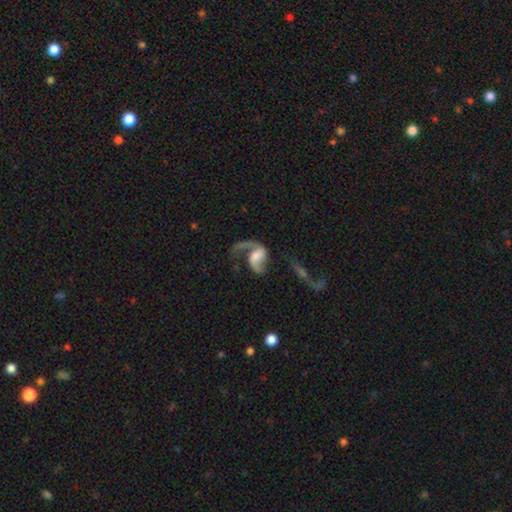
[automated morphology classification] Smooth or featured?
  - featured or disk: 80% *
  - smooth: 13%
  - star or artifact: 6%
Edge-on disk?
  - no: 98% *
  - yes: 2%
Bar?
  - no: 46% *
  - weak: 39%
  - strong: 16%
Spiral arms?
  - yes: 93% *
  - no: 7%
Spiral winding?
  - loose: 66% *
  - medium: 28%
  - tight: 7%
Spiral arm count?
  - 2: 58% *
  - 1: 38%
  - can't tell: 2%
  - 3: 1%
  - 4: 1%
  - more than 4: 1%
Bulge size?
  - none: 27% *
  - moderate: 26%
  - large: 22%
  - small: 20%
  - dominant: 5%
Merging?
  - major disturbance: 39% *
  - none: 37%
  - minor disturbance: 15%
  - merger: 9%